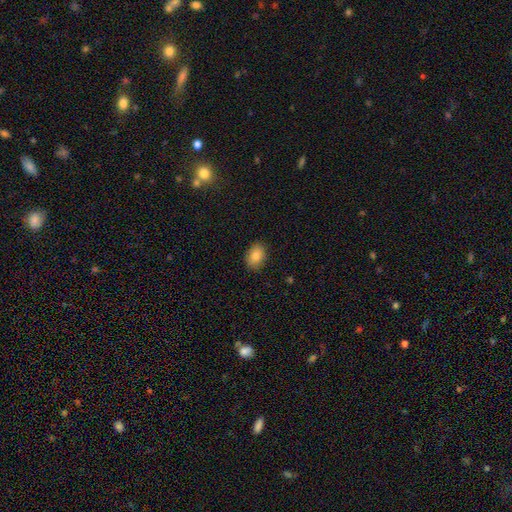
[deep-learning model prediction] smooth-or-featured: smooth: 83% | featured or disk: 9% | star or artifact: 8%
  how-rounded: in between: 79% | round: 20% | cigar-shaped: 1%
  merging: none: 88% | minor disturbance: 9% | major disturbance: 2% | merger: 1%